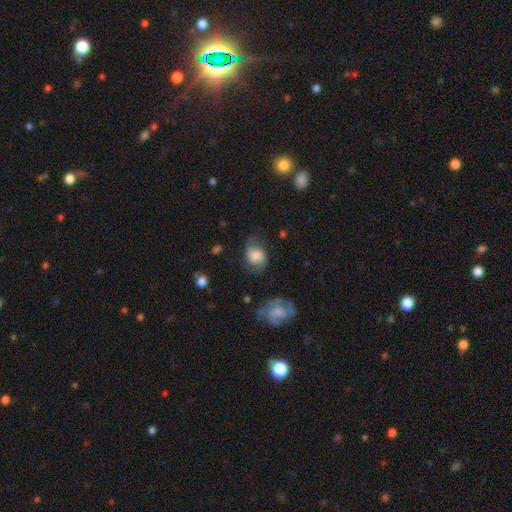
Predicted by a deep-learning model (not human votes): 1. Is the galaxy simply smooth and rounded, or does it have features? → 66% smooth, 25% featured or disk, 9% star or artifact.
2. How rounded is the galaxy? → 54% in between, 45% round, 1% cigar-shaped.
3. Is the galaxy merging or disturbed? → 51% none, 30% minor disturbance, 17% major disturbance, 3% merger.